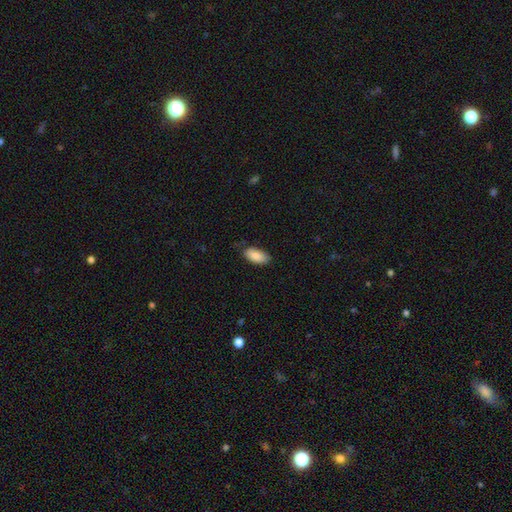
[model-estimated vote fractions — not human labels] Q: Smooth or featured?
A: smooth (88%); runner-up: star or artifact (6%)
Q: How rounded?
A: in between (93%); runner-up: cigar-shaped (5%)
Q: Merging?
A: none (79%); runner-up: minor disturbance (17%)